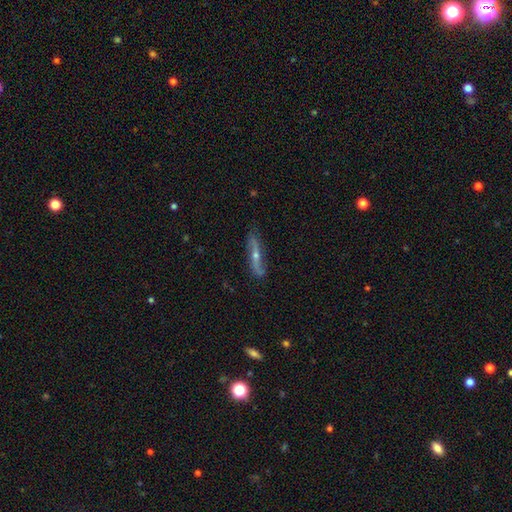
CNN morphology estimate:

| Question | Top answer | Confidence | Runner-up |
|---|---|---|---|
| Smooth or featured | featured or disk | 75% | smooth (18%) |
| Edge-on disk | yes | 52% | no (48%) |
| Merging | none | 77% | minor disturbance (17%) |